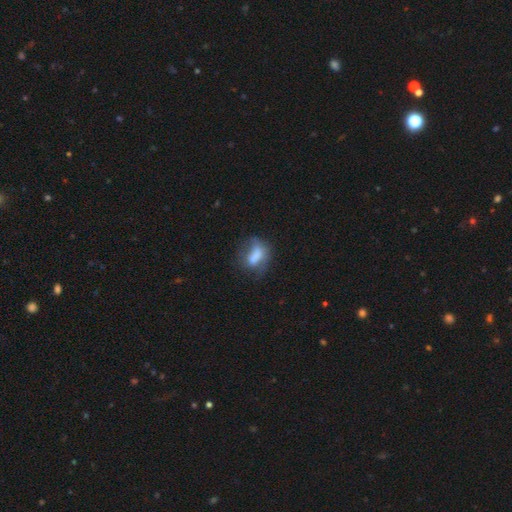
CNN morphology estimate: A smooth galaxy with no disk features (65%) that is in between round and cigar-shaped (76%). Merging: none (37%).